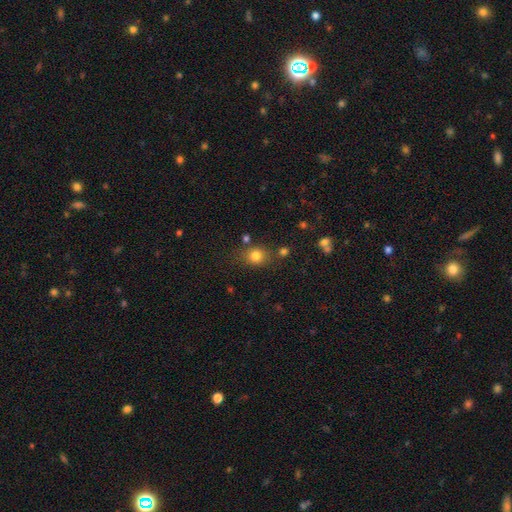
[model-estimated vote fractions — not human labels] Overall: smooth (79%). How rounded: round (66%; in between 33%). Merging: none (74%).